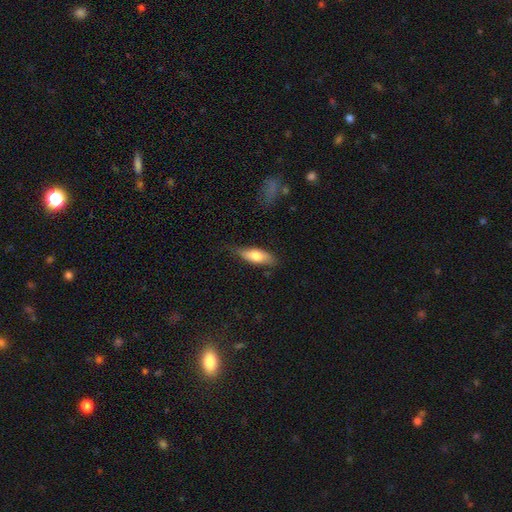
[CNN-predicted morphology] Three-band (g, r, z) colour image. It shows a smooth galaxy with no disk features (72%) that is in between round and cigar-shaped (66%). Merging: none (67%).